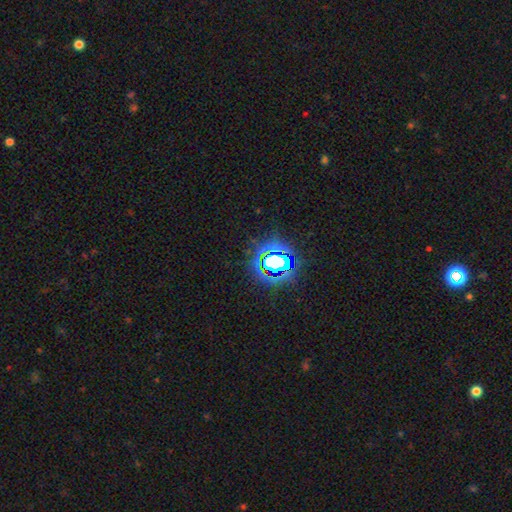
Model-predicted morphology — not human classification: Smooth or featured?
  - star or artifact: 80% *
  - smooth: 13%
  - featured or disk: 7%